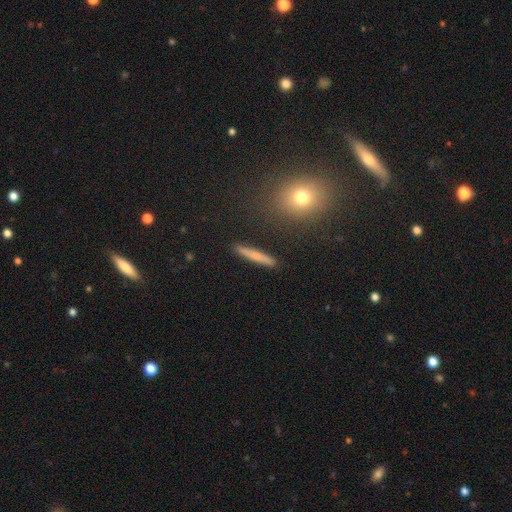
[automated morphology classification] Smooth or featured?
  - smooth: 64% *
  - featured or disk: 28%
  - star or artifact: 8%
How rounded?
  - cigar-shaped: 91% *
  - in between: 5%
  - round: 3%
Merging?
  - none: 90% *
  - minor disturbance: 6%
  - merger: 2%
  - major disturbance: 2%